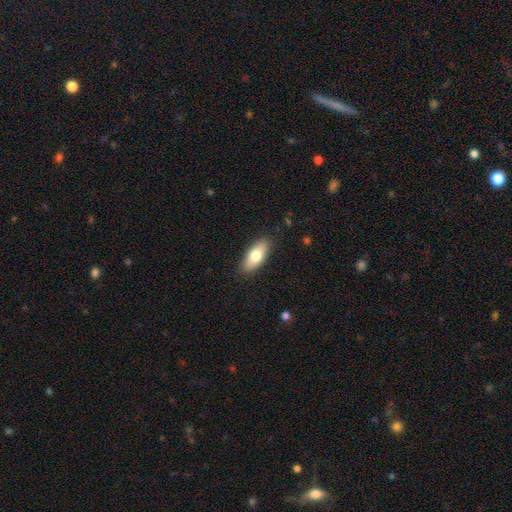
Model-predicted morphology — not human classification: Q: Smooth or featured?
A: smooth (74%); runner-up: featured or disk (20%)
Q: How rounded?
A: in between (80%); runner-up: cigar-shaped (17%)
Q: Merging?
A: none (88%); runner-up: minor disturbance (9%)